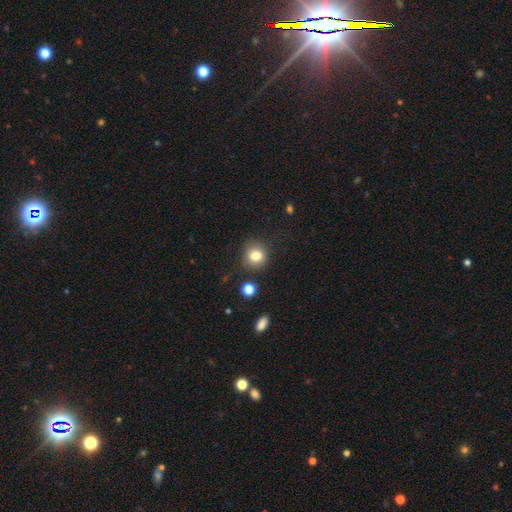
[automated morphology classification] A smooth galaxy with no disk features (81%) that is round (83%). Merging: none (79%).